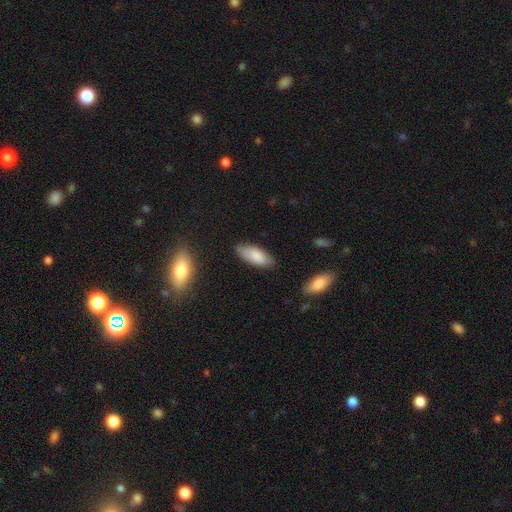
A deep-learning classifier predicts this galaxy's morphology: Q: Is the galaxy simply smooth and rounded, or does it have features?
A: smooth — 84%.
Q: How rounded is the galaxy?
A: in between — 84%.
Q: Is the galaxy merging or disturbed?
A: none — 77%.